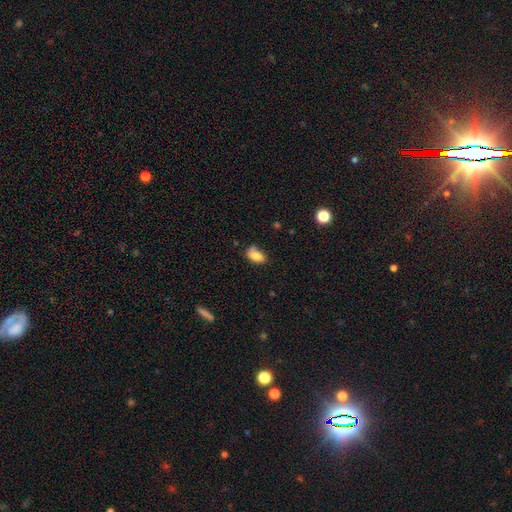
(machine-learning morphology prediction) Smooth or featured? Predicted: smooth (p=0.79). How rounded? Predicted: in between (p=0.89). Merging? Predicted: none (p=0.52).